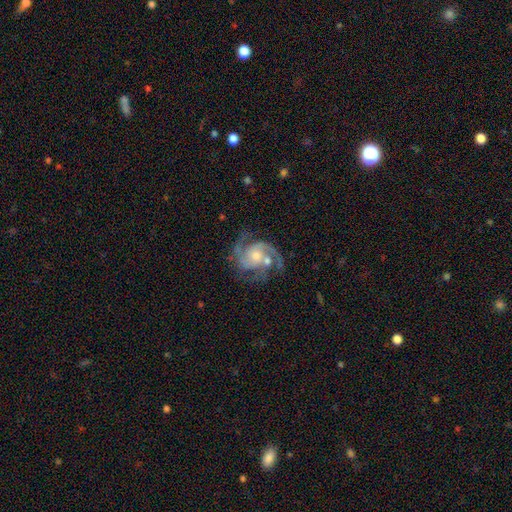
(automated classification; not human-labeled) Overall: featured or disk (91%). Edge-on disk: no (98%). Bar: no (67%; weak 27%). Spiral arms: yes (98%). Spiral arm count: 3 (44%; 2 37%). Spiral winding: medium (53%; tight 36%). Bulge size: moderate (50%; small 42%). Merging: none (65%).